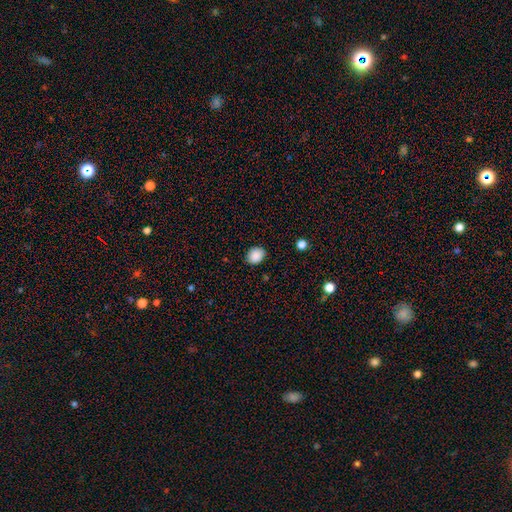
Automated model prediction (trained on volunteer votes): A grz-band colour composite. It shows a smooth galaxy with no disk features (89%) that is round (60%). Merging: none (87%).